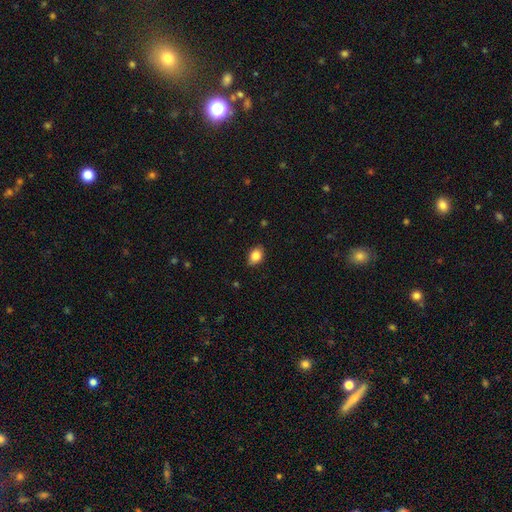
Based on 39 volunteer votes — A smooth galaxy with no disk features (74%) that is in between round and cigar-shaped (72%).

Vote fractions:
- Smooth or featured? smooth: 74% / featured or disk: 15% / star or artifact: 10%
- How rounded? in between: 72% / round: 28% / cigar-shaped: 0%
- Merging? none: 60% / minor disturbance: 34% / major disturbance: 6% / merger: 0%